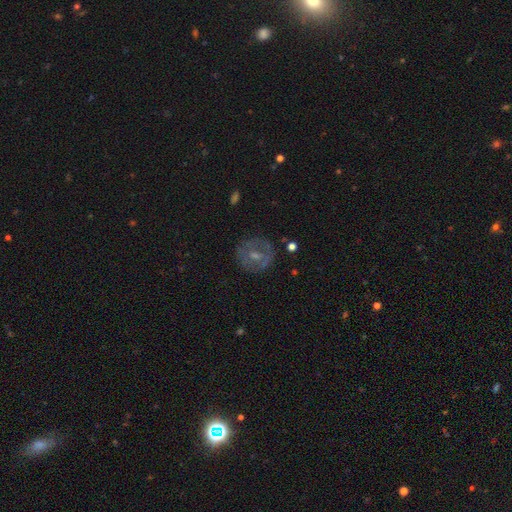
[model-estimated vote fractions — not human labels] smooth-or-featured: featured or disk: 50% | smooth: 38% | star or artifact: 12%
  disk-edge-on: no: 95% | yes: 5%
  merging: none: 76% | minor disturbance: 15% | major disturbance: 7% | merger: 2%